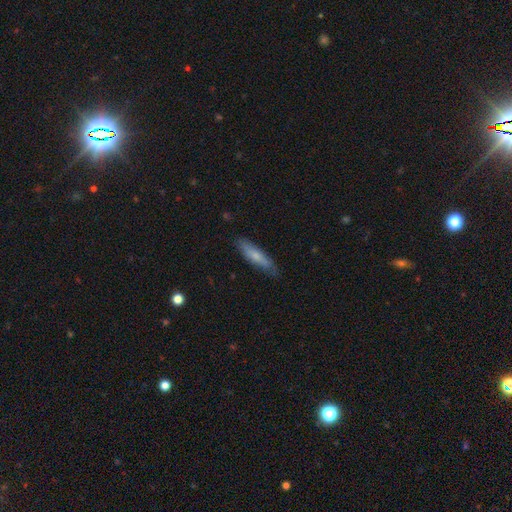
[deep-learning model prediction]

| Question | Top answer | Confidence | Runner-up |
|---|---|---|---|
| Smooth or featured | smooth | 67% | featured or disk (27%) |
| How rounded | cigar-shaped | 78% | in between (20%) |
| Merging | none | 79% | minor disturbance (17%) |